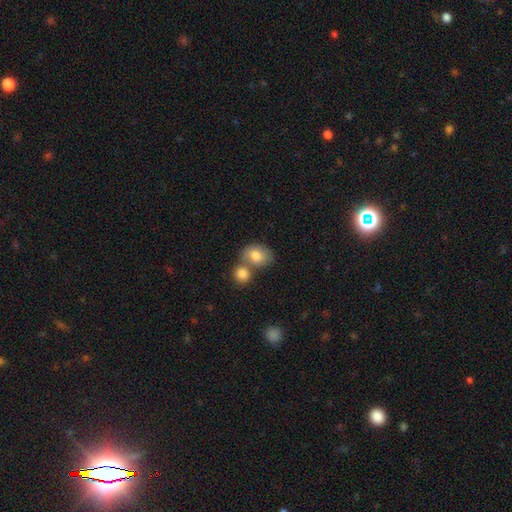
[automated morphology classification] type=smooth (81%); roundness=in between (60%); merging=merger (45%).